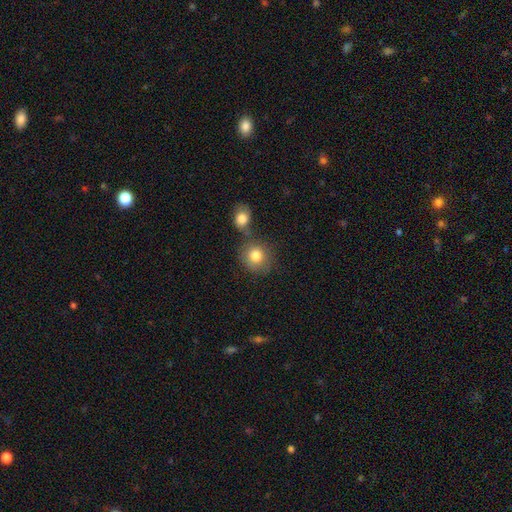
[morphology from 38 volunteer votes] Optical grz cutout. It shows a smooth galaxy with no disk features (82%) that is round (81%). Merging: none (38%).